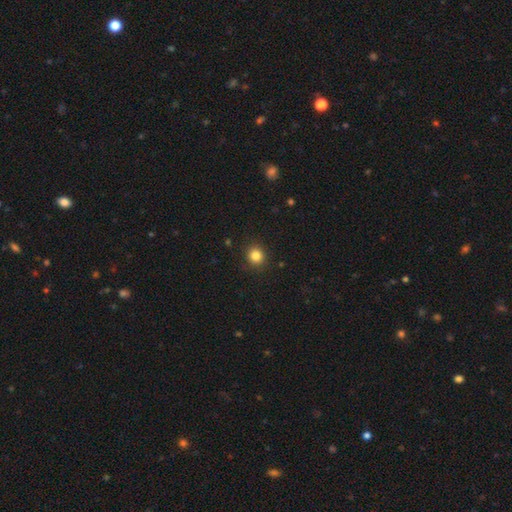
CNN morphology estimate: This appears to be a smooth galaxy with no disk features (84%) that is round (91%). Merging: none (91%).